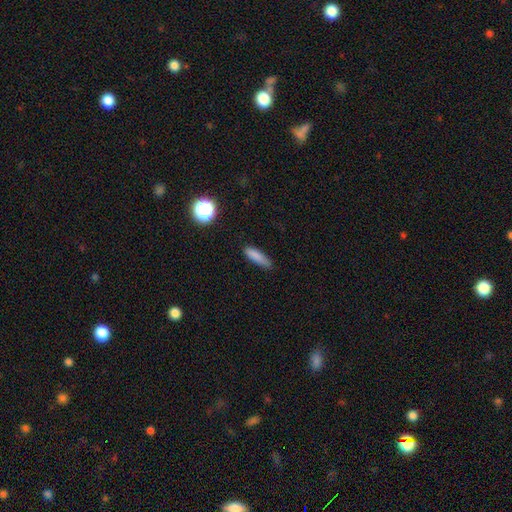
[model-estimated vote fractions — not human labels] smooth_or_featured: smooth (p=0.82) [alt: star or artifact p=0.10]
how_rounded: cigar-shaped (p=0.67) [alt: in between p=0.30]
merging: none (p=0.72) [alt: minor disturbance p=0.22]